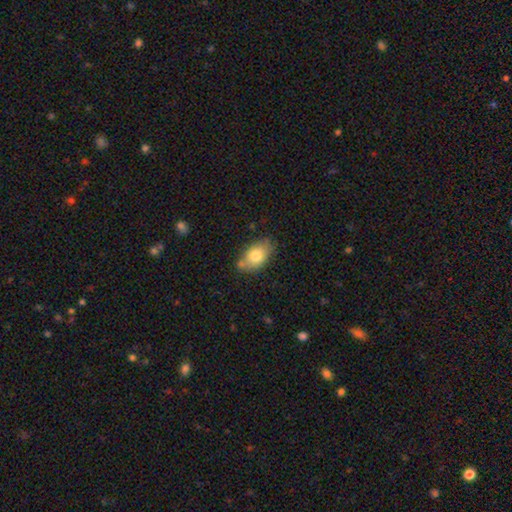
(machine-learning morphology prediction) Smooth or featured: smooth — 76% (featured or disk — 16%)
How rounded: in between — 87% (round — 11%)
Merging: none — 68% (minor disturbance — 21%)